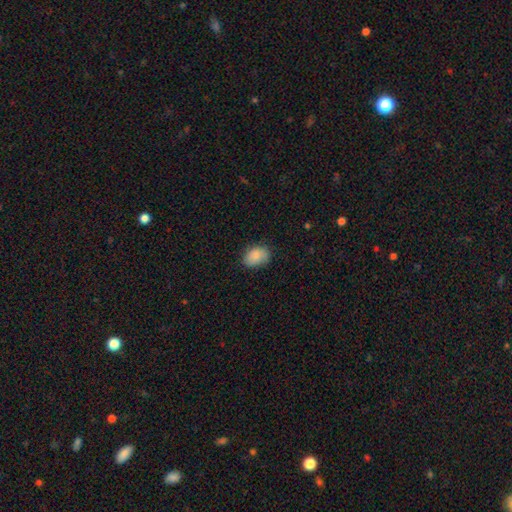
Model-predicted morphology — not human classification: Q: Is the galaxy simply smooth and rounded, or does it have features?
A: smooth — 83%.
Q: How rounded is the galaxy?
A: in between — 76%.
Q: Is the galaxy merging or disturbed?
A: none — 74%.